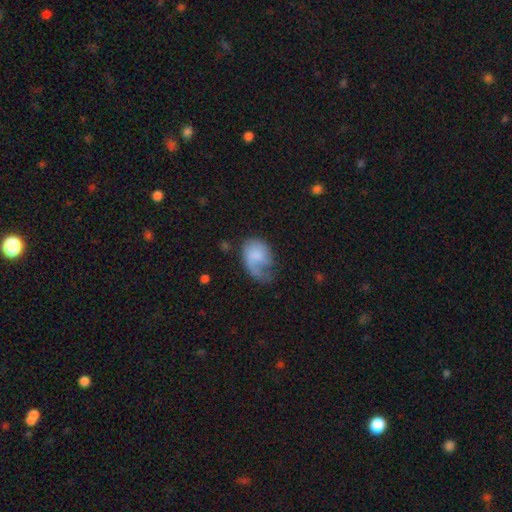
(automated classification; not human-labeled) Smooth or featured: smooth — 53% (featured or disk — 40%)
How rounded: in between — 76% (round — 23%)
Merging: major disturbance — 43% (minor disturbance — 28%)